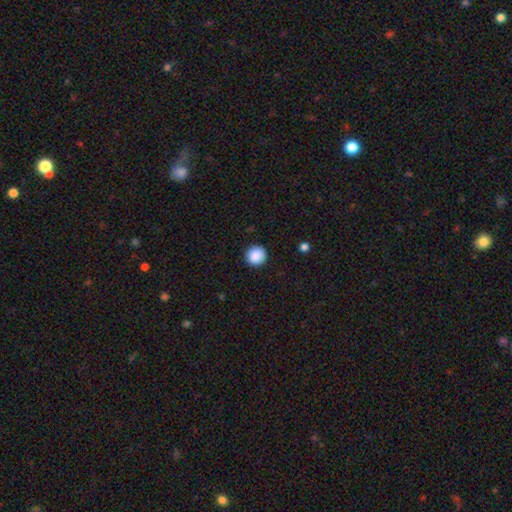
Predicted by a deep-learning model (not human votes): Smooth or featured? Predicted: smooth (p=0.89). How rounded? Predicted: round (p=0.96). Merging? Predicted: none (p=0.92).